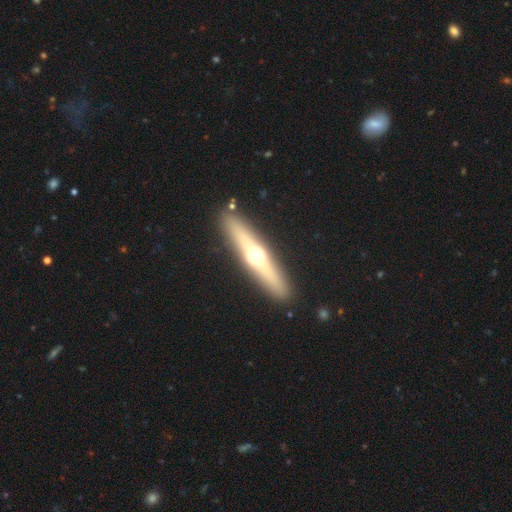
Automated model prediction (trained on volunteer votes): Smooth or featured? featured or disk (57%)
Edge-on disk? yes (90%)
Edge-on bulge? rounded (94%)
Merging? none (90%)